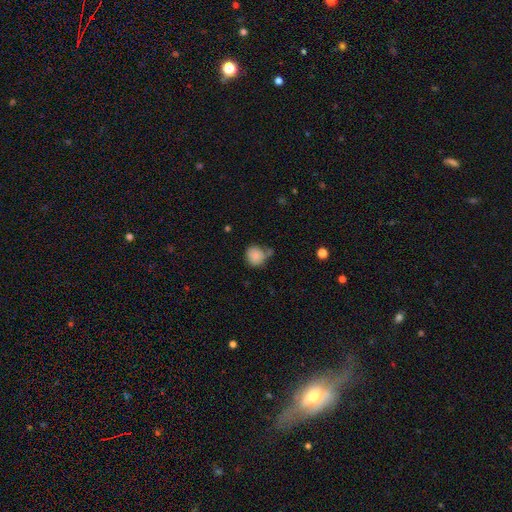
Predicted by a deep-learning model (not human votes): smooth 84%, star or artifact 8%, featured or disk 7%. Down the decision tree: how rounded — round (83%); merging — none (57%).